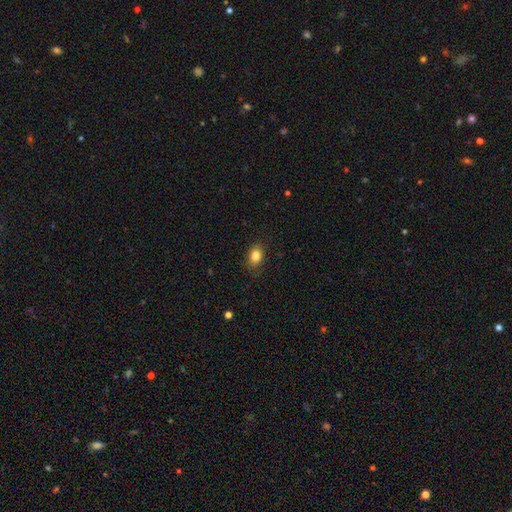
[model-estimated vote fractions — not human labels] Smooth or featured? Predicted: smooth (p=0.83). How rounded? Predicted: in between (p=0.75). Merging? Predicted: none (p=0.85).